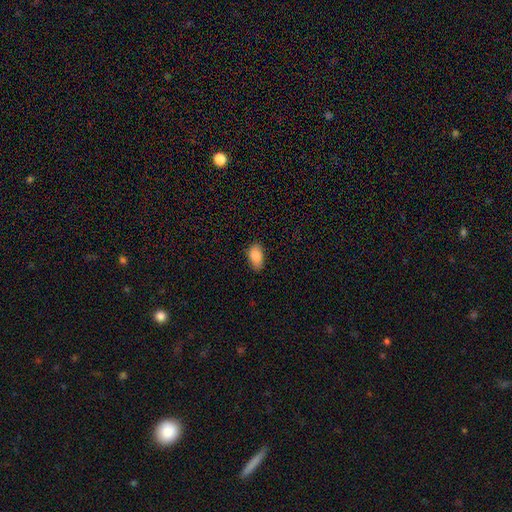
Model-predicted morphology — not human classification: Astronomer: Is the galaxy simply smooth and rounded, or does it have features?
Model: smooth — 87%.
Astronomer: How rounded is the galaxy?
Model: in between — 91%.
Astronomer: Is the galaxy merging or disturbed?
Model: none — 76%.